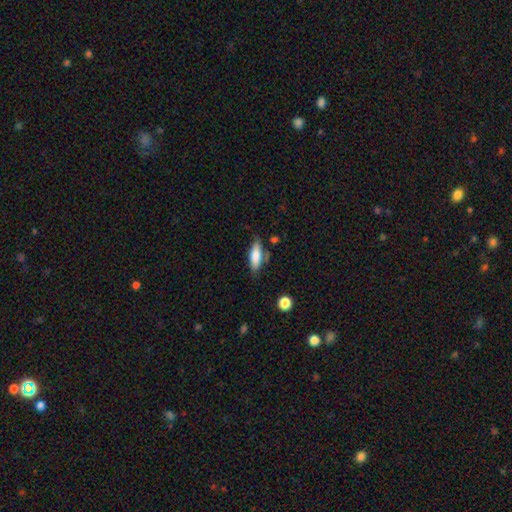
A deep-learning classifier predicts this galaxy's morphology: smooth 75%, featured or disk 18%, star or artifact 7%. Down the decision tree: how rounded — in between (63%); merging — none (66%).